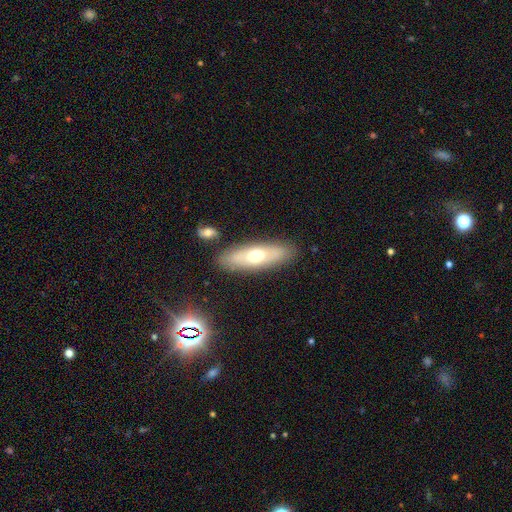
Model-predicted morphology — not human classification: A smooth galaxy with no disk features (58%) that is in between round and cigar-shaped (58%).

Vote fractions:
- Smooth or featured? smooth: 58% / featured or disk: 35% / star or artifact: 7%
- How rounded? in between: 58% / cigar-shaped: 39% / round: 3%
- Merging? none: 83% / minor disturbance: 10% / merger: 3% / major disturbance: 3%